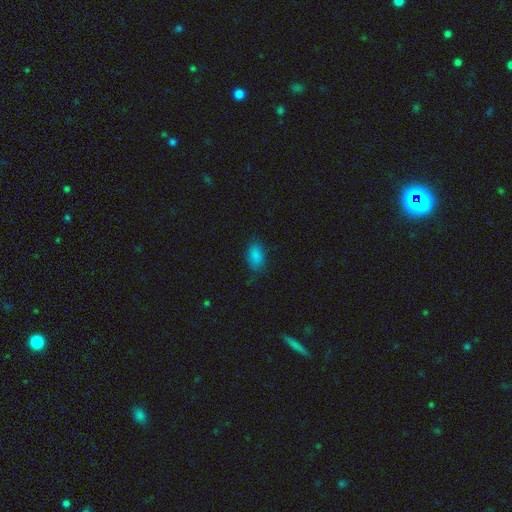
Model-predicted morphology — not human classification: This appears to be a smooth galaxy with no disk features (85%) that is in between round and cigar-shaped (90%). Merging: none (80%).